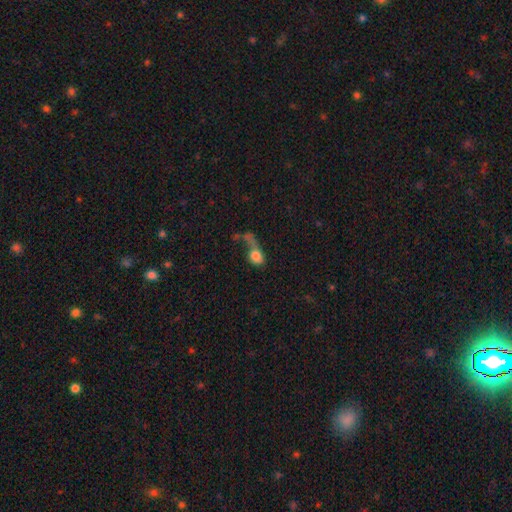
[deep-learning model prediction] The model was most divided on "how rounded": in between: 58%, round: 37%, cigar-shaped: 5%. More confident: smooth or featured — smooth (69%); merging — major disturbance (51%).